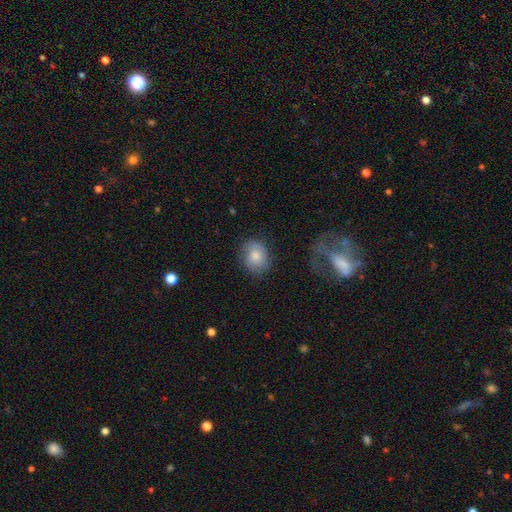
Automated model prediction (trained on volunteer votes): Smooth or featured: smooth — 78% (featured or disk — 14%)
How rounded: round — 53% (in between — 46%)
Merging: none — 78% (minor disturbance — 16%)